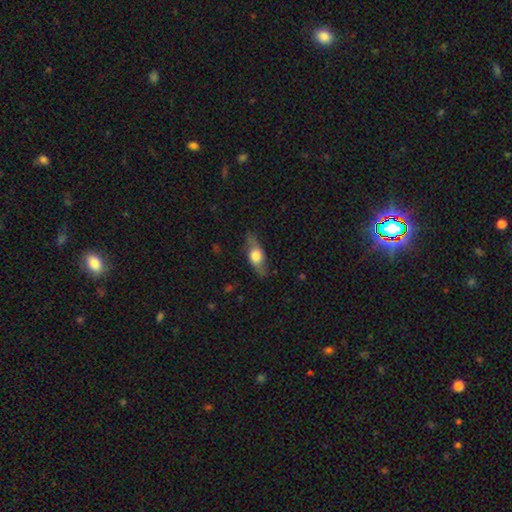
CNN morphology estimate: type=smooth (52%); roundness=in between (65%); merging=none (76%).